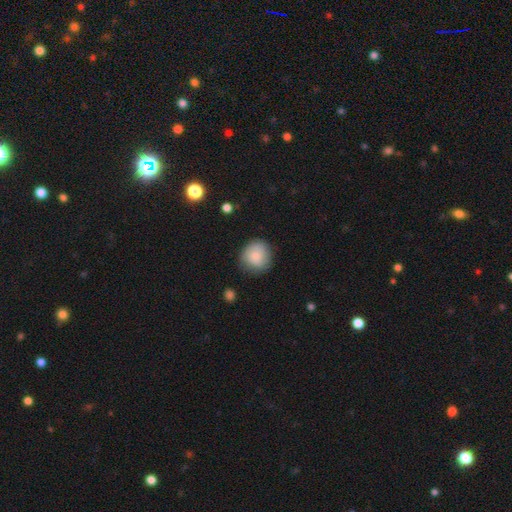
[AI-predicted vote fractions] The model was most divided on "merging": none: 75%, minor disturbance: 18%, major disturbance: 5%, merger: 2%. More confident: how rounded — round (84%); smooth or featured — smooth (77%).